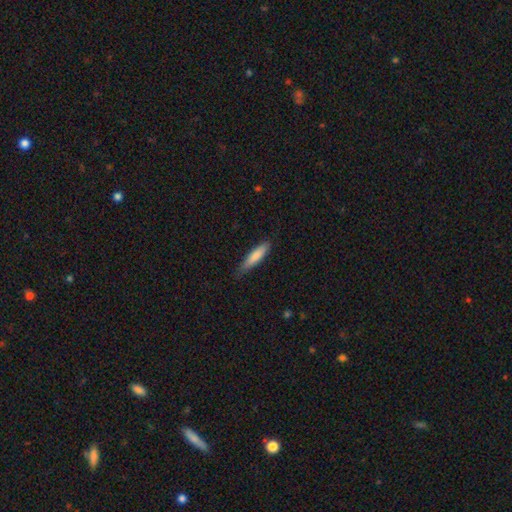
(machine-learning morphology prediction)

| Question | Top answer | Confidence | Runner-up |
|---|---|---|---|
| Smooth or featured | smooth | 81% | featured or disk (13%) |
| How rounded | cigar-shaped | 78% | in between (21%) |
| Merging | none | 74% | minor disturbance (21%) |